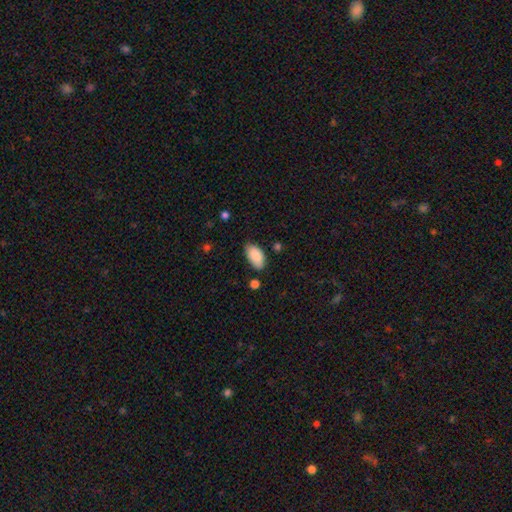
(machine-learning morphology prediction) Smooth or featured? Predicted: smooth (p=0.86). How rounded? Predicted: in between (p=0.95). Merging? Predicted: none (p=0.74).